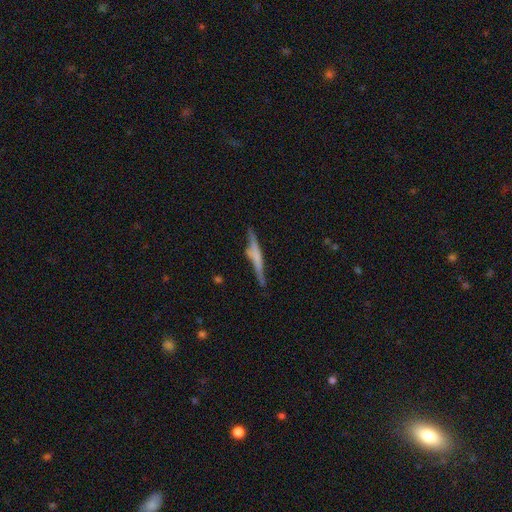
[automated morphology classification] A featured or disk galaxy (55%) viewed edge-on (94%) with no central bulge (42%). Merging: none (70%).